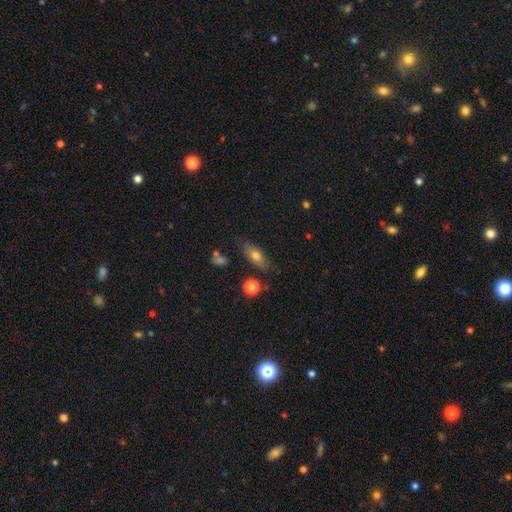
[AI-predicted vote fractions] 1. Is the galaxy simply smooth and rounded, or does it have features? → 68% smooth, 22% featured or disk, 10% star or artifact.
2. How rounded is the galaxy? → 72% in between, 22% cigar-shaped, 6% round.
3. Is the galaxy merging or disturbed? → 75% none, 16% minor disturbance, 5% major disturbance, 4% merger.